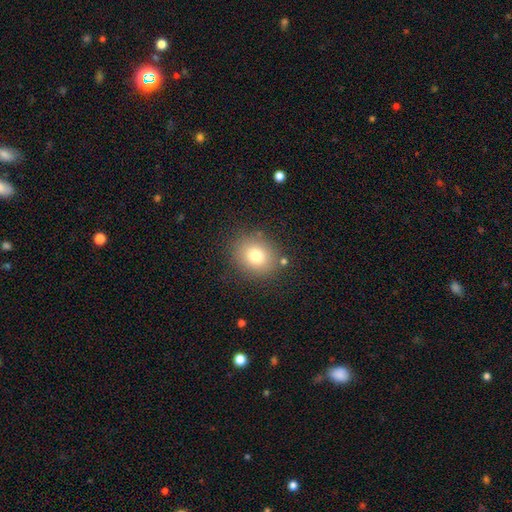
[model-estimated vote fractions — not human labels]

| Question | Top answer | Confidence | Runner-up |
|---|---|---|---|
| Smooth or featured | smooth | 78% | star or artifact (12%) |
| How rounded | round | 65% | in between (34%) |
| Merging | none | 84% | minor disturbance (10%) |